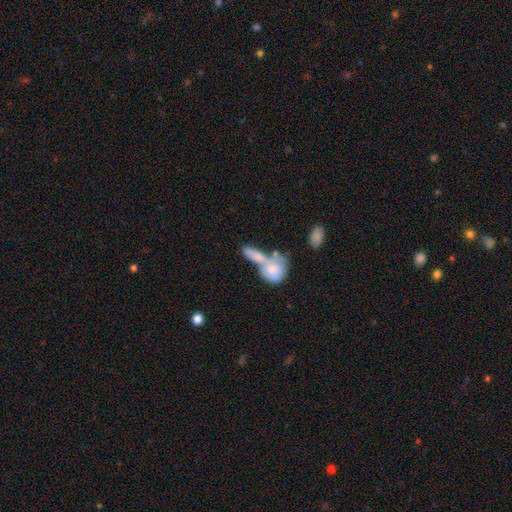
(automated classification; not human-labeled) smooth-or-featured: smooth: 72% | featured or disk: 21% | star or artifact: 7%
  how-rounded: in between: 56% | cigar-shaped: 27% | round: 17%
  merging: merger: 63% | none: 23% | minor disturbance: 8% | major disturbance: 6%